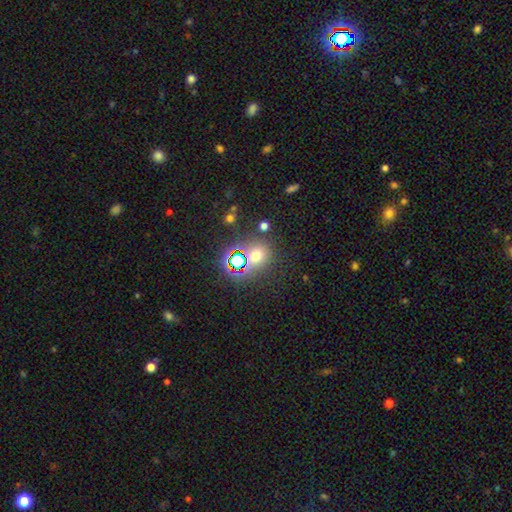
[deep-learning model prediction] smooth_or_featured: smooth (p=0.53) [alt: star or artifact p=0.38]
how_rounded: round (p=0.79) [alt: in between p=0.20]
merging: none (p=0.72) [alt: merger p=0.11]